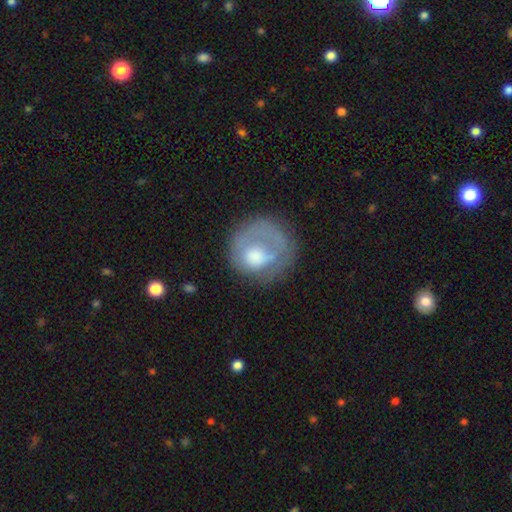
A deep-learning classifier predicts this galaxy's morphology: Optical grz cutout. It shows a smooth galaxy with no disk features (50%) that is round (80%). Merging: none (46%).